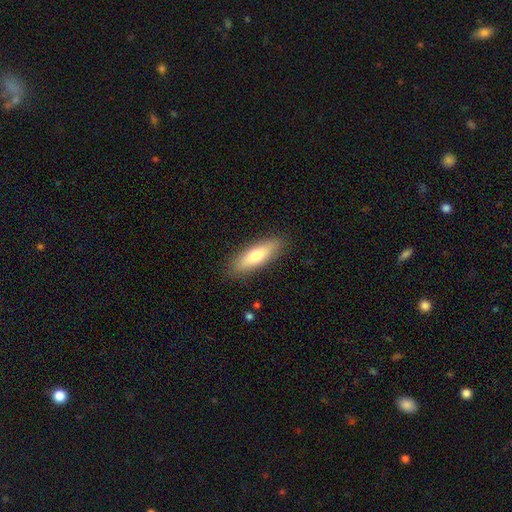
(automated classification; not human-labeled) A smooth galaxy with no disk features (68%) that is cigar-shaped (49%).

Vote fractions:
- Smooth or featured? smooth: 68% / featured or disk: 26% / star or artifact: 6%
- How rounded? cigar-shaped: 49% / in between: 48% / round: 2%
- Merging? none: 87% / minor disturbance: 9% / major disturbance: 2% / merger: 1%